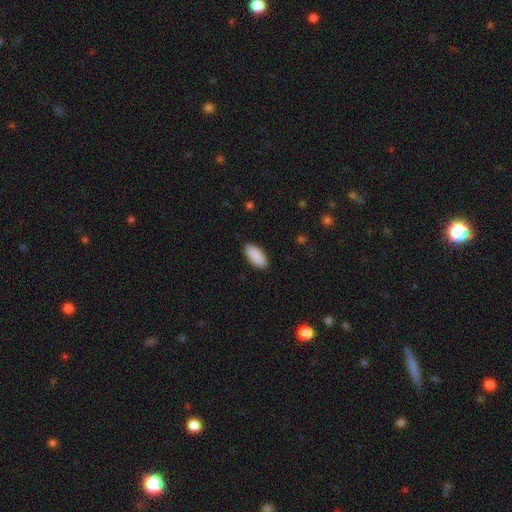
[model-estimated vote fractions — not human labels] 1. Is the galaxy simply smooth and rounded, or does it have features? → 91% smooth, 6% star or artifact, 3% featured or disk.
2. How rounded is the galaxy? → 90% in between, 8% cigar-shaped, 2% round.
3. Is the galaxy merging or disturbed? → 89% none, 8% minor disturbance, 2% major disturbance, 1% merger.